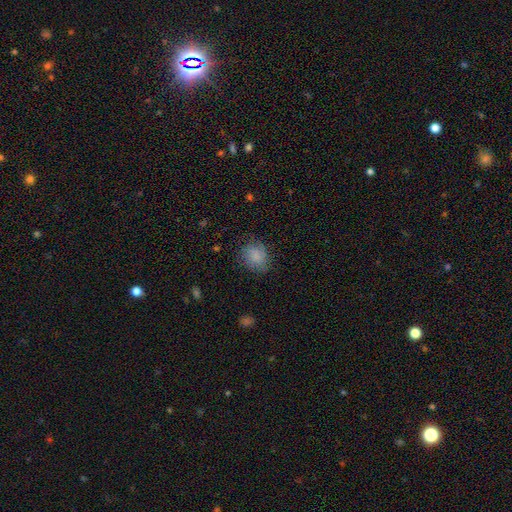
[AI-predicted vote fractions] The model was most divided on "how rounded": round: 61%, in between: 38%, cigar-shaped: 1%. More confident: smooth or featured — smooth (82%); merging — none (75%).